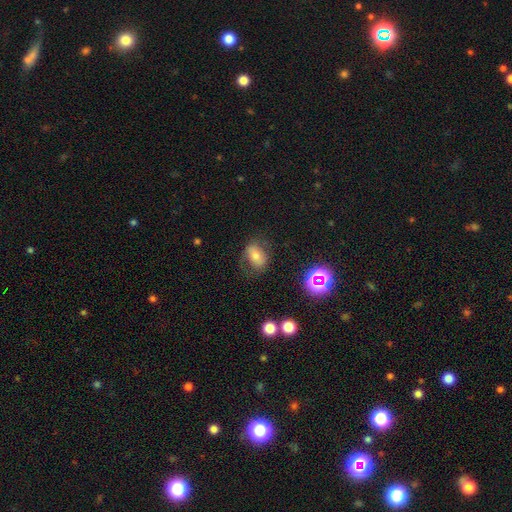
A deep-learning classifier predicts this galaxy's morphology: This is likely a smooth galaxy (63%). How rounded: likely in between (74%). Merging: likely none (68%).